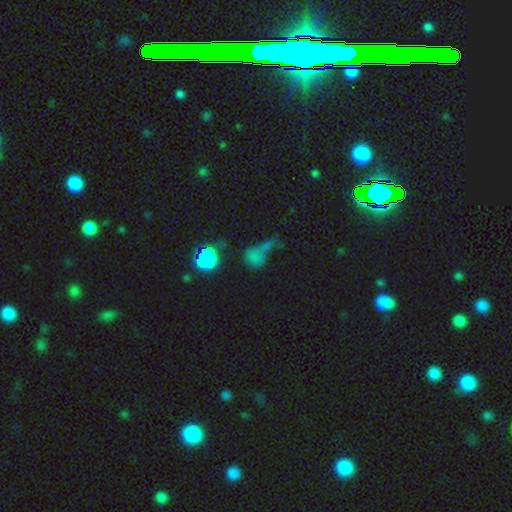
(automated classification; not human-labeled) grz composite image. It shows a smooth galaxy with no disk features (59%) that is round (68%). Merging: none (35%).